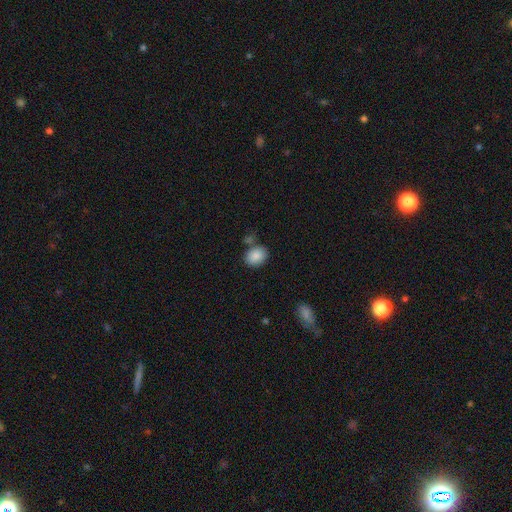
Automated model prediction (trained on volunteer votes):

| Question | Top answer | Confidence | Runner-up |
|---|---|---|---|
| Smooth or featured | smooth | 88% | star or artifact (7%) |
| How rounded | in between | 59% | round (40%) |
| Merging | none | 70% | minor disturbance (14%) |